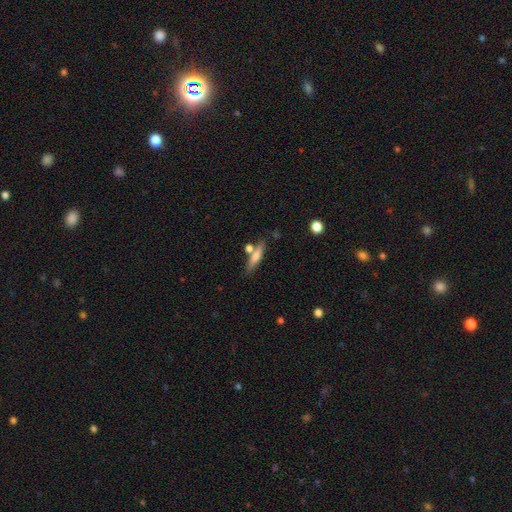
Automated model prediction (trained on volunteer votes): Smooth or featured? Predicted: smooth (p=0.64). How rounded? Predicted: cigar-shaped (p=0.82). Merging? Predicted: none (p=0.71).